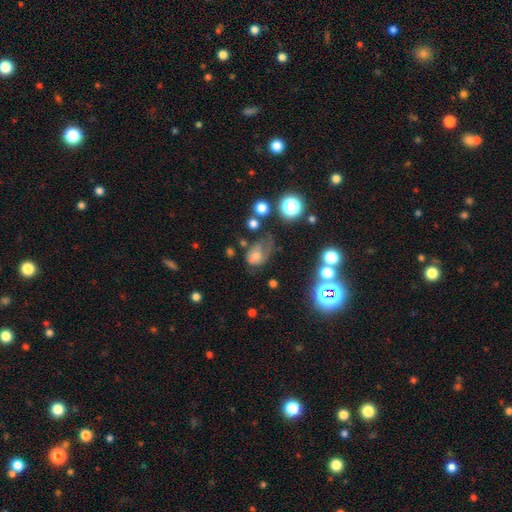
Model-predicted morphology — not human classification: Smooth or featured? Predicted: smooth (p=0.53). How rounded? Predicted: in between (p=0.66). Merging? Predicted: major disturbance (p=0.38).